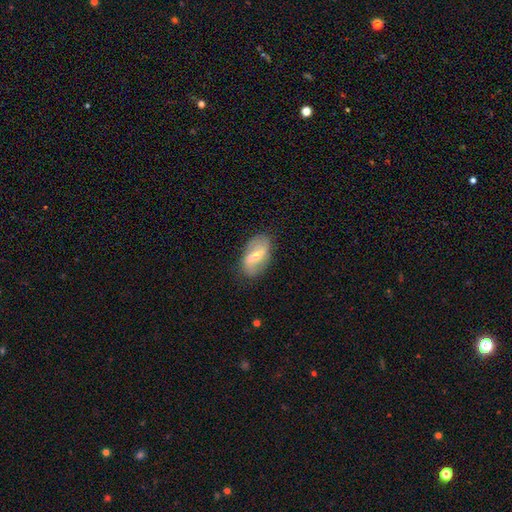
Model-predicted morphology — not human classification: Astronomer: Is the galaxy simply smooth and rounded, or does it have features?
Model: featured or disk — 63%.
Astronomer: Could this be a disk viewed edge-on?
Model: no — 93%.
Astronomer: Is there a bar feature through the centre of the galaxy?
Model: strong — 41% (runner-up: weak, 40%).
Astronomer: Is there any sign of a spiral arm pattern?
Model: yes — 69%.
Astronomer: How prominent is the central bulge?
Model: small — 57% (runner-up: moderate, 39%).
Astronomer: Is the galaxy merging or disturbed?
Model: none — 80%.